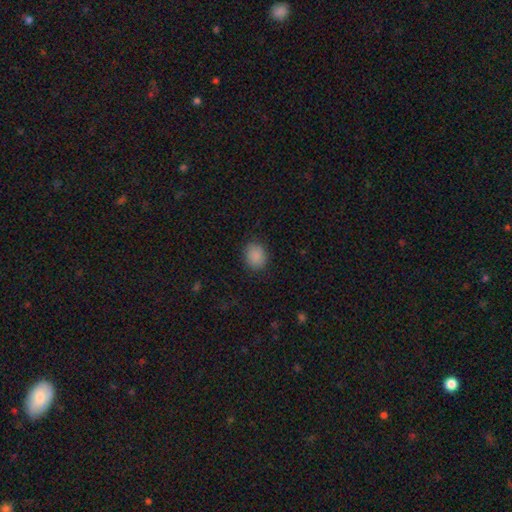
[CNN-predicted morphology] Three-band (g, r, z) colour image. It shows a smooth galaxy with no disk features (88%) that is round (55%). Merging: none (86%).